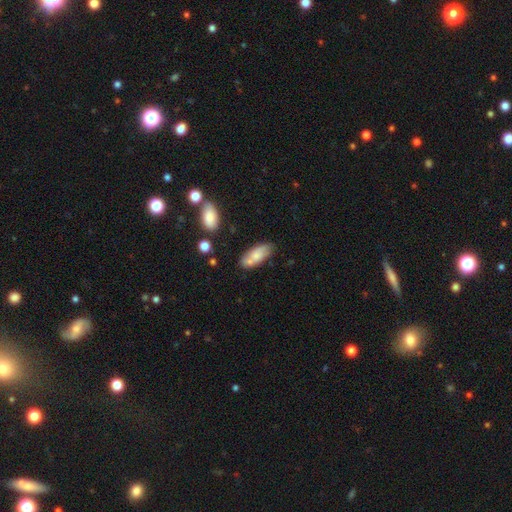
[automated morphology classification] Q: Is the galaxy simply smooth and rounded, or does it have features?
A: smooth — 68%.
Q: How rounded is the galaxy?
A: in between — 82%.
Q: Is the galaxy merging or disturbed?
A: none — 59%.